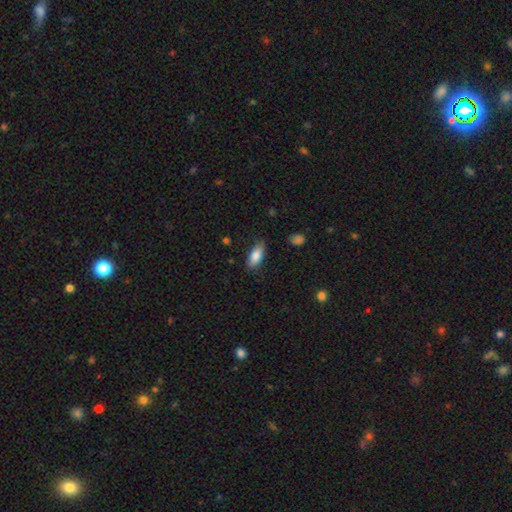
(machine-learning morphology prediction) The model was most divided on "how rounded": in between: 83%, cigar-shaped: 15%, round: 2%. More confident: smooth or featured — smooth (85%); merging — none (84%).